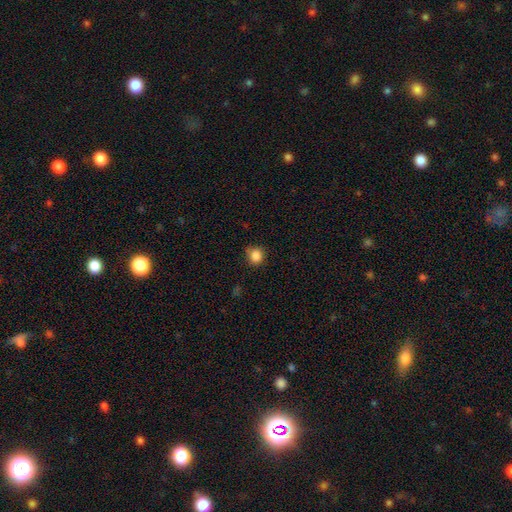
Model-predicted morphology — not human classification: Q: Smooth or featured?
A: smooth (86%); runner-up: star or artifact (11%)
Q: How rounded?
A: round (86%); runner-up: in between (13%)
Q: Merging?
A: none (80%); runner-up: minor disturbance (15%)